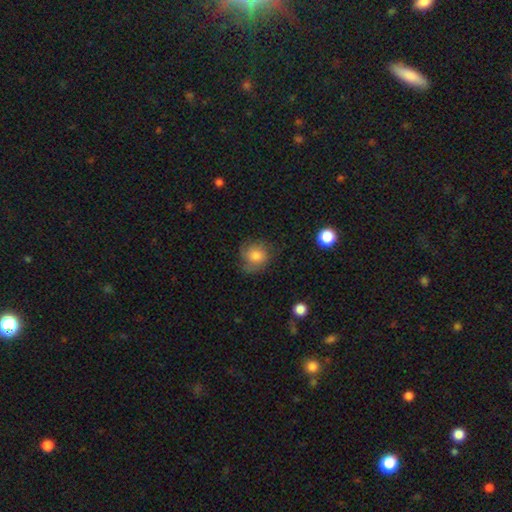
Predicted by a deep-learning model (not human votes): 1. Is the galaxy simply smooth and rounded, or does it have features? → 78% smooth, 13% featured or disk, 9% star or artifact.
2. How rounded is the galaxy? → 81% round, 18% in between, 1% cigar-shaped.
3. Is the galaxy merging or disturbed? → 62% none, 27% minor disturbance, 10% major disturbance, 2% merger.